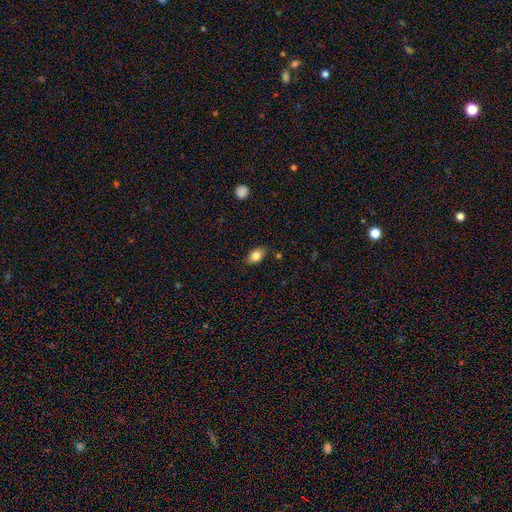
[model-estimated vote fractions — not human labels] Smooth or featured? Predicted: smooth (p=0.83). How rounded? Predicted: in between (p=0.85). Merging? Predicted: none (p=0.84).